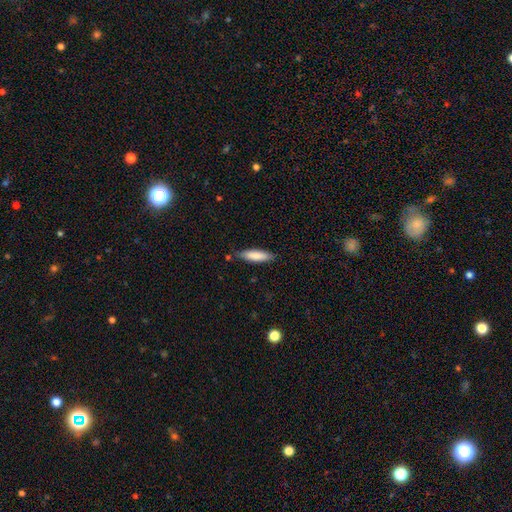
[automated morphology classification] Q: Smooth or featured?
A: smooth (84%); runner-up: featured or disk (11%)
Q: How rounded?
A: cigar-shaped (66%); runner-up: in between (33%)
Q: Merging?
A: none (79%); runner-up: minor disturbance (16%)